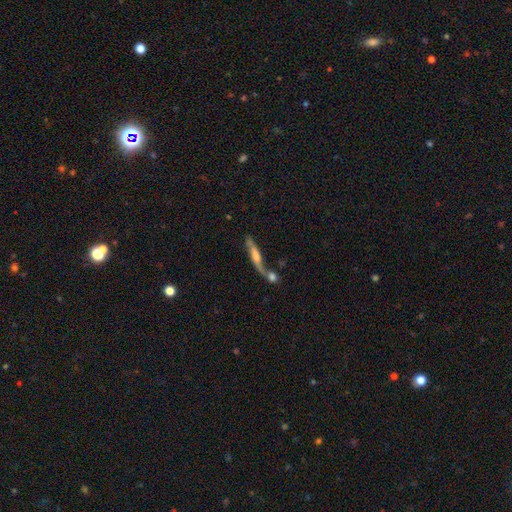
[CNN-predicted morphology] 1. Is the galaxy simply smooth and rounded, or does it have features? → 71% featured or disk, 21% smooth, 9% star or artifact.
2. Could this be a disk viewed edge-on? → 80% yes, 20% no.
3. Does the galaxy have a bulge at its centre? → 74% rounded, 13% boxy, 13% none.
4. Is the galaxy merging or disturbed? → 49% none, 28% merger, 15% minor disturbance, 8% major disturbance.